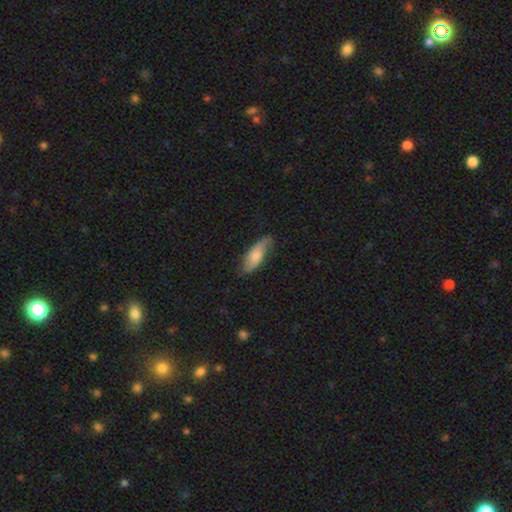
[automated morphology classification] A featured or disk galaxy (47%).

Vote fractions:
- Smooth or featured? featured or disk: 47% / smooth: 46% / star or artifact: 6%
- Merging? none: 72% / minor disturbance: 21% / major disturbance: 5% / merger: 1%